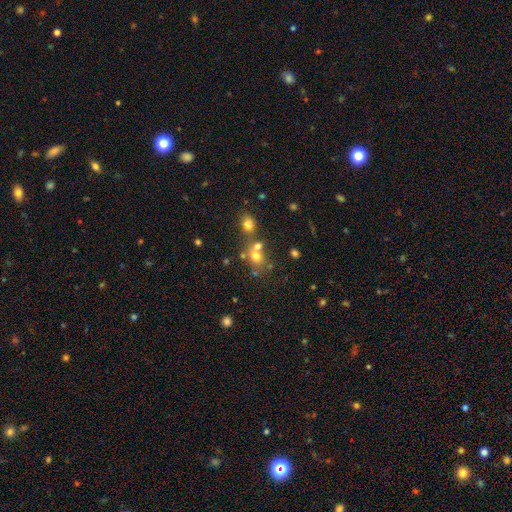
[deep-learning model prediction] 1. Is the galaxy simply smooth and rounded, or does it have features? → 63% smooth, 20% star or artifact, 17% featured or disk.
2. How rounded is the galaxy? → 72% round, 27% in between, 1% cigar-shaped.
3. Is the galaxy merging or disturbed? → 45% none, 41% merger, 9% minor disturbance, 5% major disturbance.